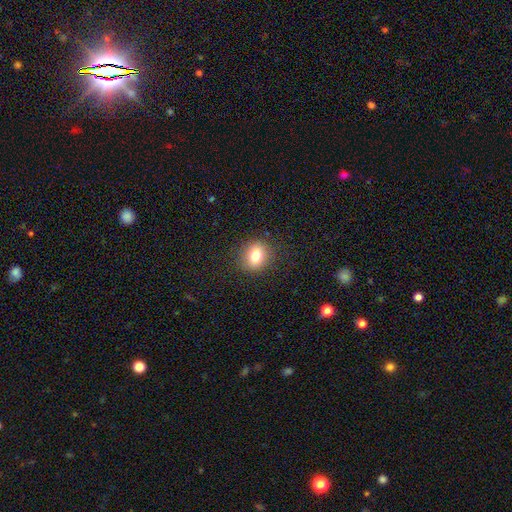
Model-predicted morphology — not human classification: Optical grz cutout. It shows a smooth galaxy with no disk features (79%) that is round (67%). Merging: none (88%).